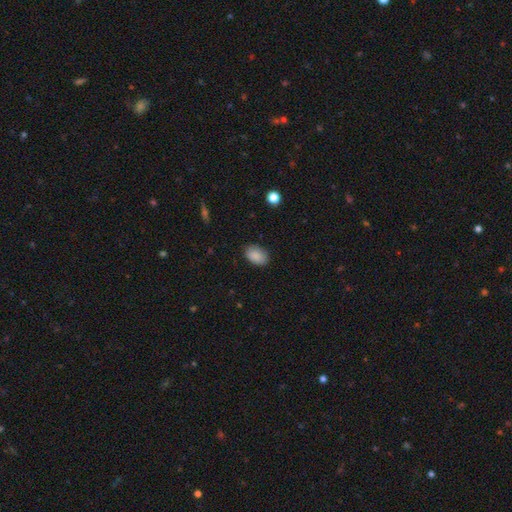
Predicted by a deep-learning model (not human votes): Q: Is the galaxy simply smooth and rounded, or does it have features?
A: smooth — 88%.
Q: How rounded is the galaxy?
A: in between — 86%.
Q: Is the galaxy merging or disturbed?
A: none — 84%.